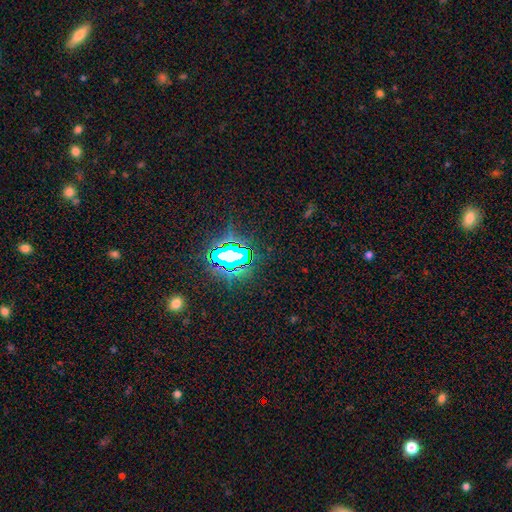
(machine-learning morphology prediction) This is likely a star or artifact rather than a galaxy (78%).